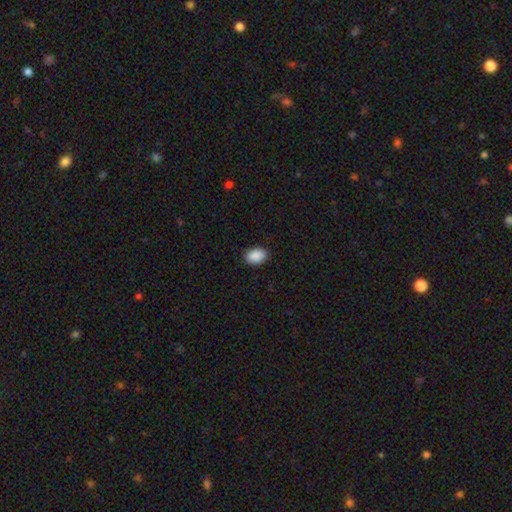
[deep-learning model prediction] Smooth or featured? Predicted: smooth (p=0.90). How rounded? Predicted: in between (p=0.85). Merging? Predicted: none (p=0.88).